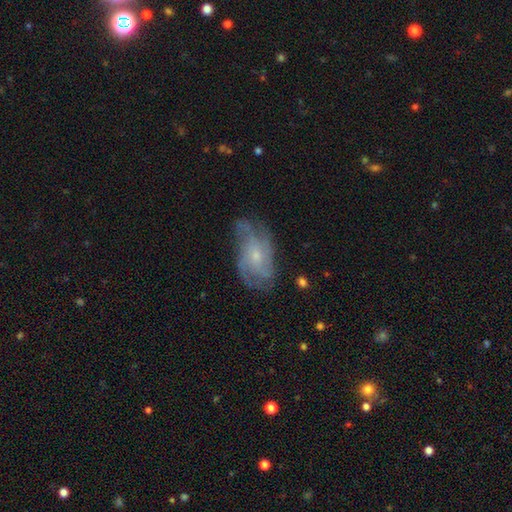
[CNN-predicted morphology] This is likely a featured or disk galaxy (77%). It is clearly not viewed edge-on (96%). Bar: likely no (68%). Spiral arm pattern: clearly yes (91%). Spiral arm count: marginally can't tell (32%). Spiral winding: marginally medium (42%). Central bulge: likely small (67%). Merging: likely none (63%).